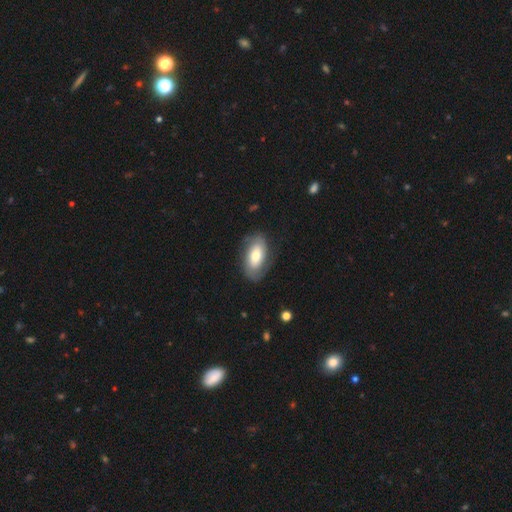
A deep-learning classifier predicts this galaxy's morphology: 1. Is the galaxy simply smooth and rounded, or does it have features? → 56% smooth, 38% featured or disk, 6% star or artifact.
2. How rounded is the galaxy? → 92% in between, 5% round, 3% cigar-shaped.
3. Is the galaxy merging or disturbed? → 75% none, 17% minor disturbance, 7% major disturbance, 1% merger.